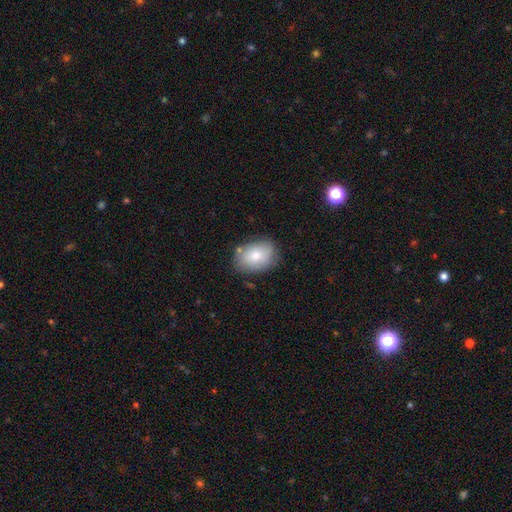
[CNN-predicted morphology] smooth-or-featured: smooth: 79% | featured or disk: 14% | star or artifact: 7%
  how-rounded: in between: 77% | round: 22% | cigar-shaped: 1%
  merging: none: 78% | minor disturbance: 16% | major disturbance: 3% | merger: 3%